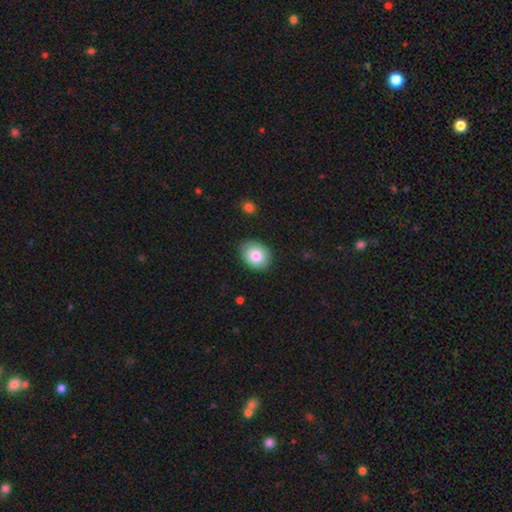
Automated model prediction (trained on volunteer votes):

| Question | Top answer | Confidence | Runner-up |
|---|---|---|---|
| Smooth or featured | smooth | 81% | featured or disk (11%) |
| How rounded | in between | 59% | round (40%) |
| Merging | none | 84% | minor disturbance (13%) |